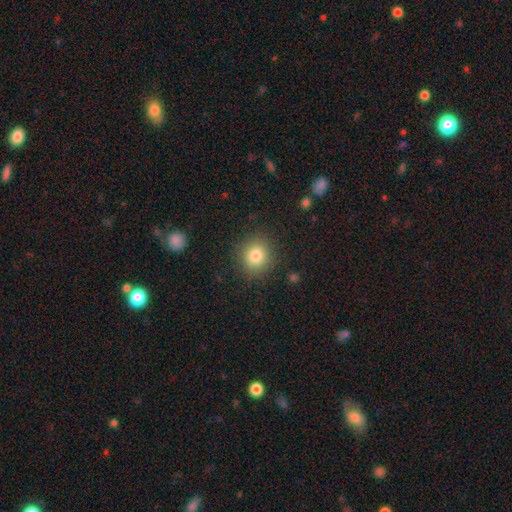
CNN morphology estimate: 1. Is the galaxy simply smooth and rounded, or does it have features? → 81% smooth, 12% star or artifact, 8% featured or disk.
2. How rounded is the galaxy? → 86% round, 13% in between, 1% cigar-shaped.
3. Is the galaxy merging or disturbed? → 88% none, 8% minor disturbance, 3% major disturbance, 1% merger.